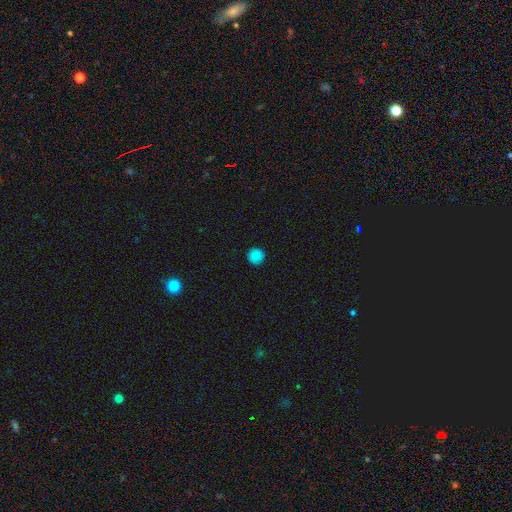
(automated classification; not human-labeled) Q: Smooth or featured?
A: smooth (86%); runner-up: star or artifact (11%)
Q: How rounded?
A: round (95%); runner-up: in between (4%)
Q: Merging?
A: none (92%); runner-up: minor disturbance (5%)